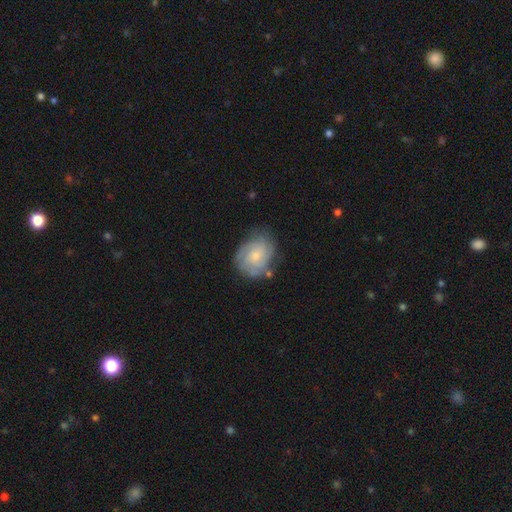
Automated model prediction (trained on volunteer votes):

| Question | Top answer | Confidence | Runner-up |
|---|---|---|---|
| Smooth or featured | featured or disk | 64% | smooth (29%) |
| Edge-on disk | no | 98% | yes (2%) |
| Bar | no | 74% | weak (24%) |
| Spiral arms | yes | 88% | no (12%) |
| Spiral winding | tight | 61% | medium (30%) |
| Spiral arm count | can't tell | 39% | 3 (22%) |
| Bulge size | small | 63% | moderate (30%) |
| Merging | none | 68% | minor disturbance (22%) |